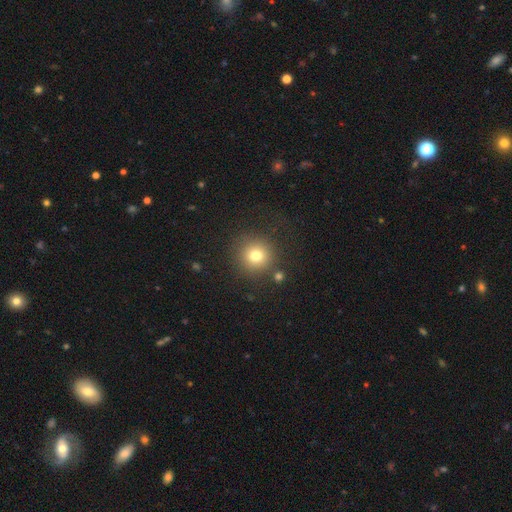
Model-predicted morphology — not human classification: smooth 76%, star or artifact 14%, featured or disk 10%. Down the decision tree: how rounded — round (94%); merging — none (83%).